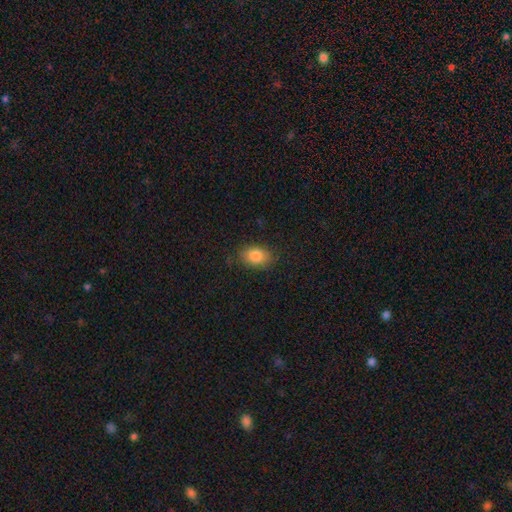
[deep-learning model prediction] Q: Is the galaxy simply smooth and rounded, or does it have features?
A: smooth — 84%.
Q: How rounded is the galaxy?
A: in between — 78%.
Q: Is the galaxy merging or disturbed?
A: none — 82%.